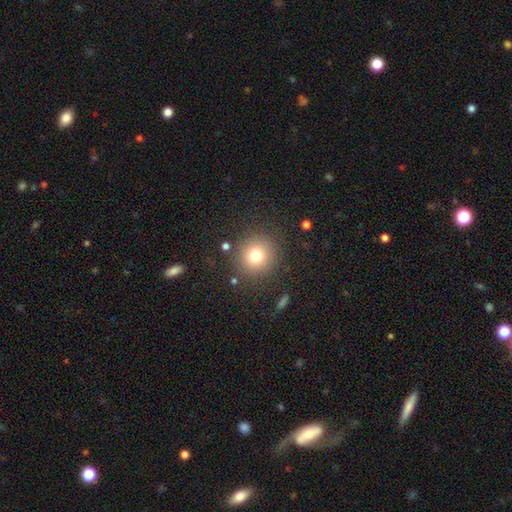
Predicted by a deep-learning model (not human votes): Smooth or featured?
  - smooth: 76% *
  - star or artifact: 14%
  - featured or disk: 11%
How rounded?
  - round: 91% *
  - in between: 8%
  - cigar-shaped: 1%
Merging?
  - none: 86% *
  - minor disturbance: 8%
  - major disturbance: 4%
  - merger: 2%